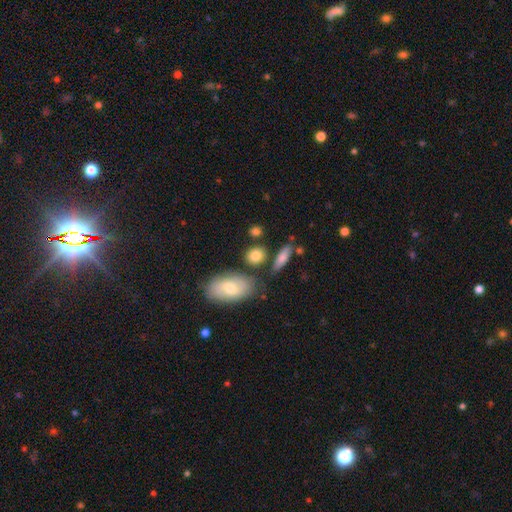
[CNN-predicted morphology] Smooth or featured?
  - smooth: 82% *
  - featured or disk: 10%
  - star or artifact: 8%
How rounded?
  - round: 56% *
  - in between: 39%
  - cigar-shaped: 5%
Merging?
  - none: 75% *
  - minor disturbance: 11%
  - merger: 10%
  - major disturbance: 4%